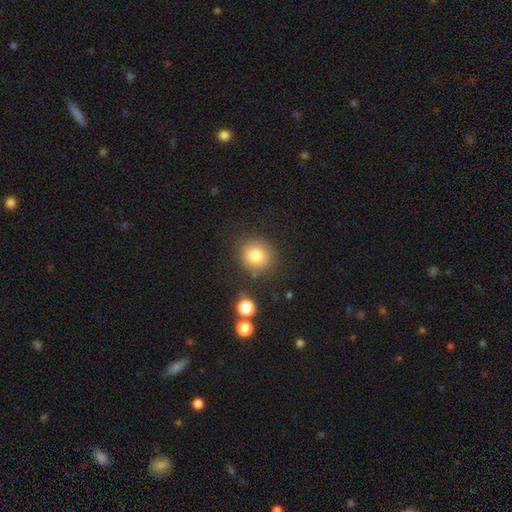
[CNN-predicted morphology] Smooth or featured? Predicted: smooth (p=0.81). How rounded? Predicted: round (p=0.88). Merging? Predicted: none (p=0.83).